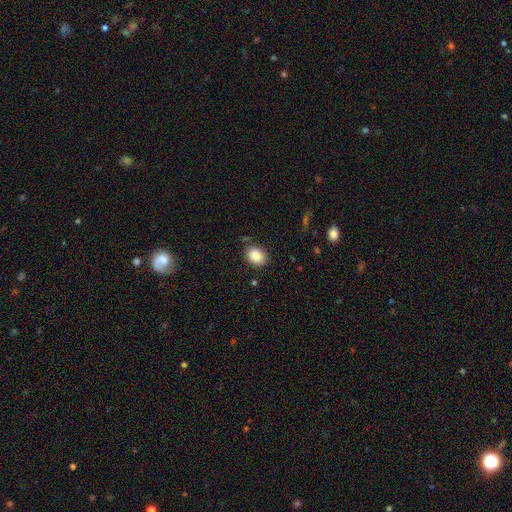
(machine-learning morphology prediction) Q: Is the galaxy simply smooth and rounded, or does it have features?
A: smooth — 88%.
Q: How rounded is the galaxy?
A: in between — 59%.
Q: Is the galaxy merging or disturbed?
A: none — 83%.